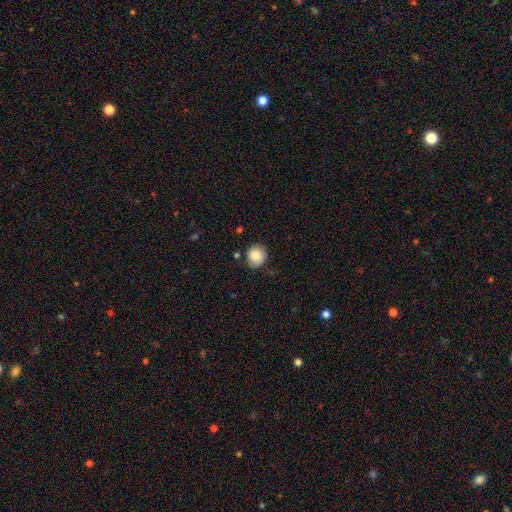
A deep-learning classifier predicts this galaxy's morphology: smooth-or-featured: smooth: 85% | star or artifact: 9% | featured or disk: 7%
  how-rounded: round: 85% | in between: 14% | cigar-shaped: 1%
  merging: none: 77% | minor disturbance: 17% | major disturbance: 3% | merger: 3%